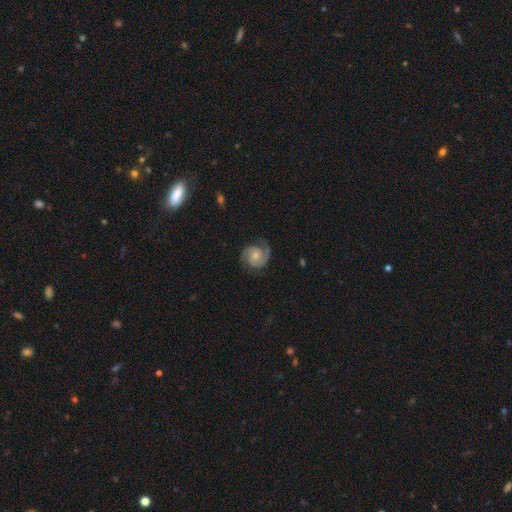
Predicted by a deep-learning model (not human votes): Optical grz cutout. It shows a featured or disk galaxy (85%) with no bar (74%), 2 (89%) tight (44%, tied with medium) spiral arms (97%) and a small central bulge (50%). Merging: none (77%).